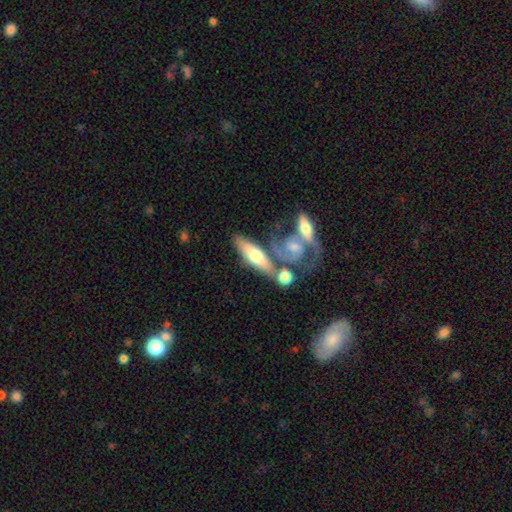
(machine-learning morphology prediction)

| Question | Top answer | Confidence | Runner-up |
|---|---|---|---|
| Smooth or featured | smooth | 47% | tied: featured or disk (47%) |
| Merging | none | 43% | merger (36%) |